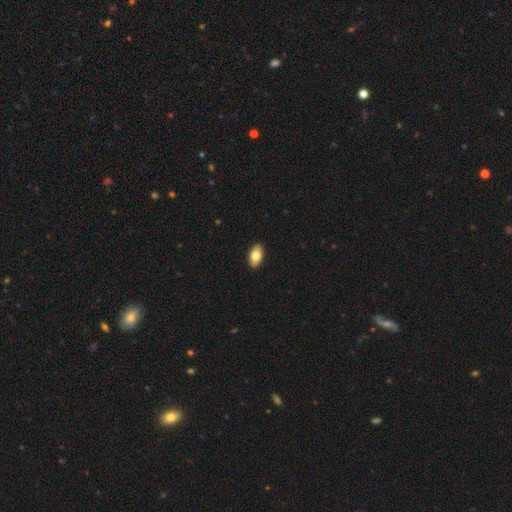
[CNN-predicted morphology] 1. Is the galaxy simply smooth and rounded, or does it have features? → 78% smooth, 16% featured or disk, 7% star or artifact.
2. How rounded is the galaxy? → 93% in between, 4% round, 3% cigar-shaped.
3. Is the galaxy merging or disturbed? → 91% none, 7% minor disturbance, 1% major disturbance, 1% merger.